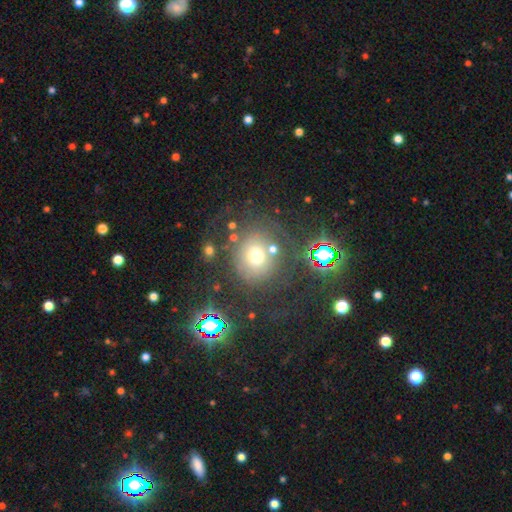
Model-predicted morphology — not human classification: The model was most divided on "smooth or featured": smooth: 61%, star or artifact: 21%, featured or disk: 18%. More confident: how rounded — round (85%); merging — none (66%).